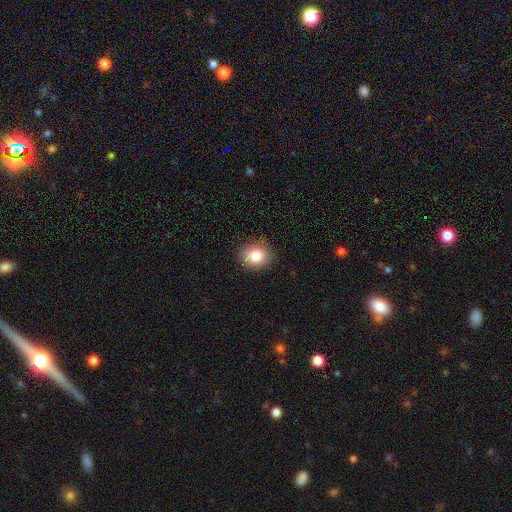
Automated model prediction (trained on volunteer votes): This is clearly a smooth galaxy (83%). How rounded: likely round (71%). Merging: clearly none (88%).